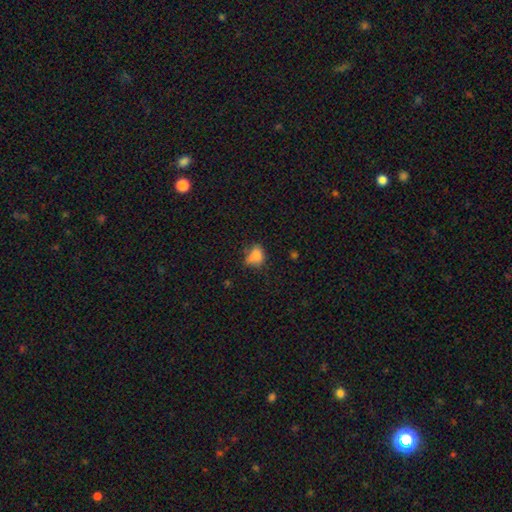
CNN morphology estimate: This is likely a smooth galaxy (77%). How rounded: likely in between (64%). Merging: possibly none (46%).